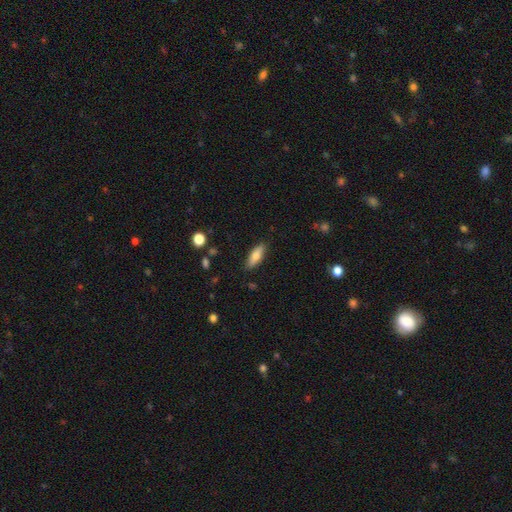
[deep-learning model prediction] Q: Smooth or featured?
A: smooth (76%); runner-up: featured or disk (18%)
Q: How rounded?
A: in between (58%); runner-up: cigar-shaped (40%)
Q: Merging?
A: none (85%); runner-up: minor disturbance (11%)